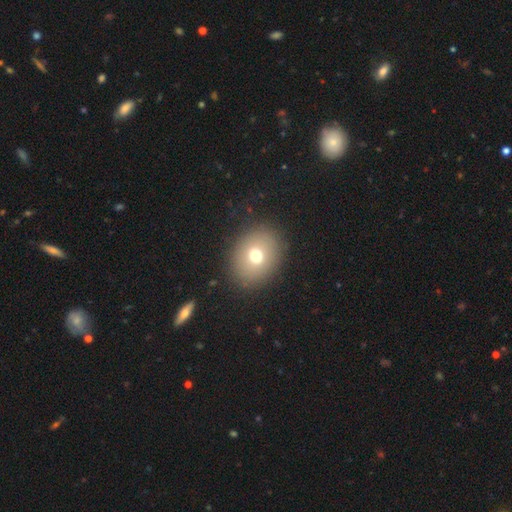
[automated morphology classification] The model was most divided on "how rounded": round: 51%, in between: 48%, cigar-shaped: 1%. More confident: merging — none (87%); smooth or featured — smooth (70%).